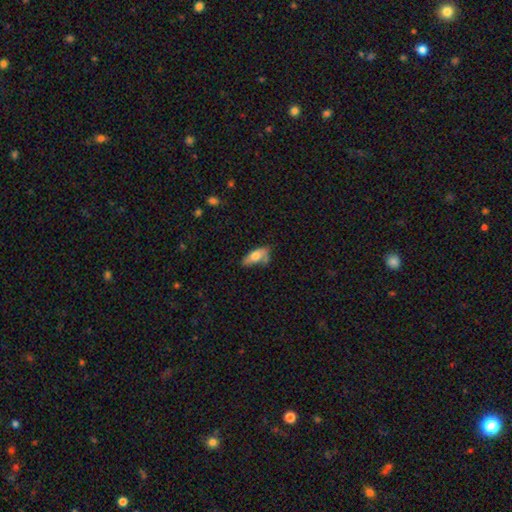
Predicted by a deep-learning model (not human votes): A smooth galaxy with no disk features (67%) that is in between round and cigar-shaped (80%). Merging: none (42%).